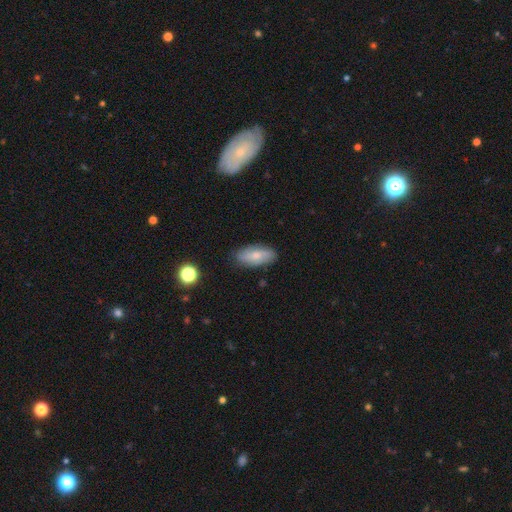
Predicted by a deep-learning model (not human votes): Smooth or featured?
  - smooth: 67% *
  - featured or disk: 26%
  - star or artifact: 7%
How rounded?
  - in between: 86% *
  - cigar-shaped: 11%
  - round: 3%
Merging?
  - none: 80% *
  - minor disturbance: 15%
  - major disturbance: 3%
  - merger: 2%